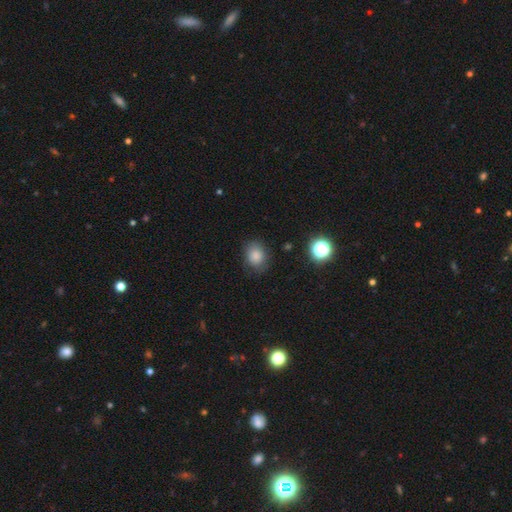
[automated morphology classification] Q: Smooth or featured?
A: smooth (83%); runner-up: star or artifact (11%)
Q: How rounded?
A: in between (51%); runner-up: round (48%)
Q: Merging?
A: none (77%); runner-up: minor disturbance (17%)